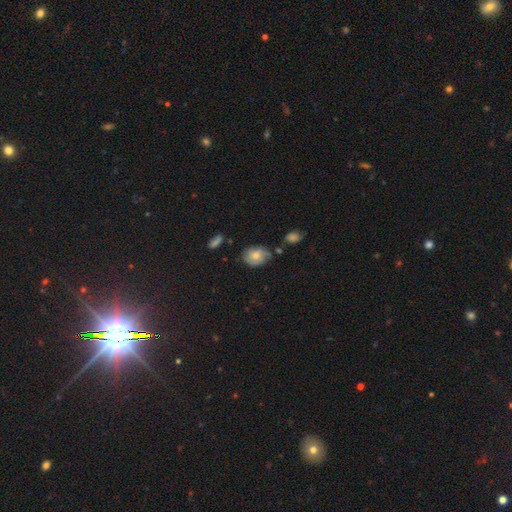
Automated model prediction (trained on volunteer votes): Smooth or featured? smooth (59%)
How rounded? in between (57%)
Merging? none (58%)